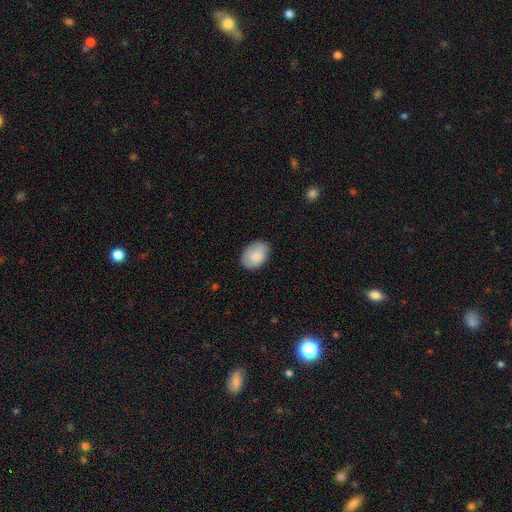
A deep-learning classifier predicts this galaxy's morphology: type=smooth (82%); roundness=in between (82%); merging=none (76%).